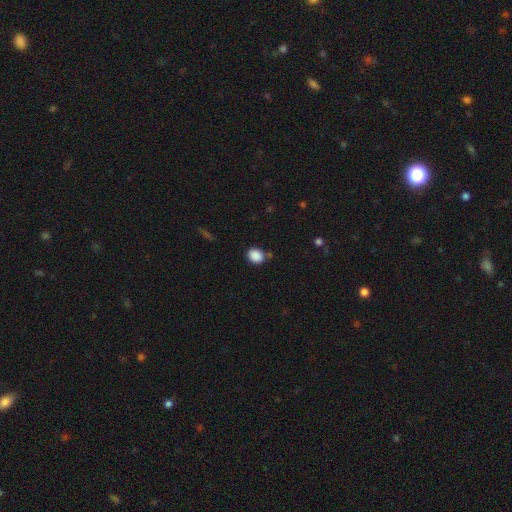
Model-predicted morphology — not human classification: smooth 89%, star or artifact 9%, featured or disk 3%. Down the decision tree: how rounded — round (59%); merging — none (80%).